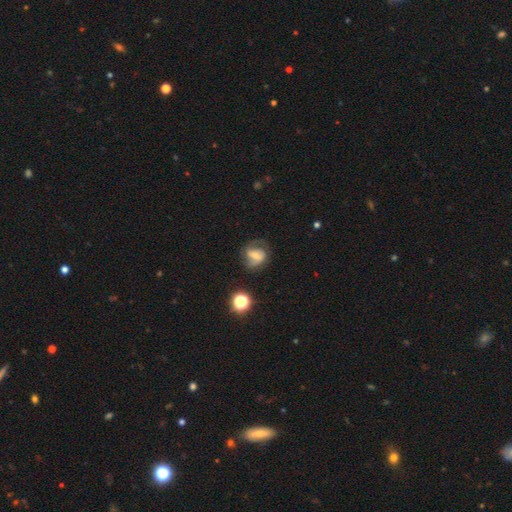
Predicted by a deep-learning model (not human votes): This appears to be a featured or disk galaxy (63%) with a weak bar (43%), 2 (72%) medium (46%) spiral arms (85%) and a small central bulge (48%). Merging: none (62%).